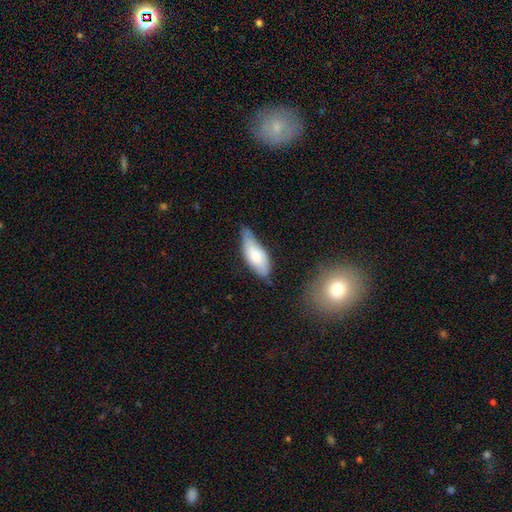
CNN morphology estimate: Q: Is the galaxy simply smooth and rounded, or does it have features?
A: smooth — 71%.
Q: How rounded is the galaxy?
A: in between — 76%.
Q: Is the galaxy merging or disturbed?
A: none — 43%.